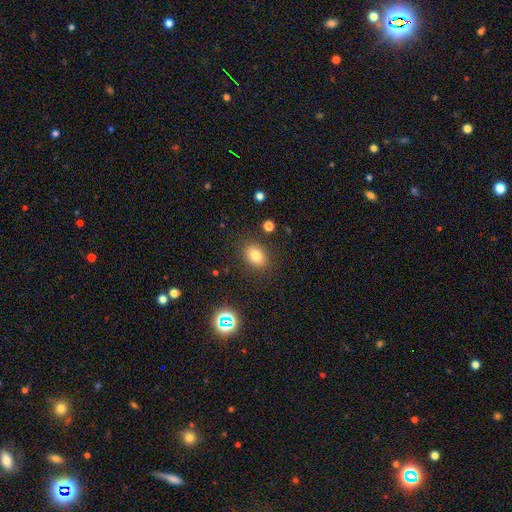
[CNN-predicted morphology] This is likely a smooth galaxy (78%). How rounded: likely in between (72%). Merging: clearly none (84%).